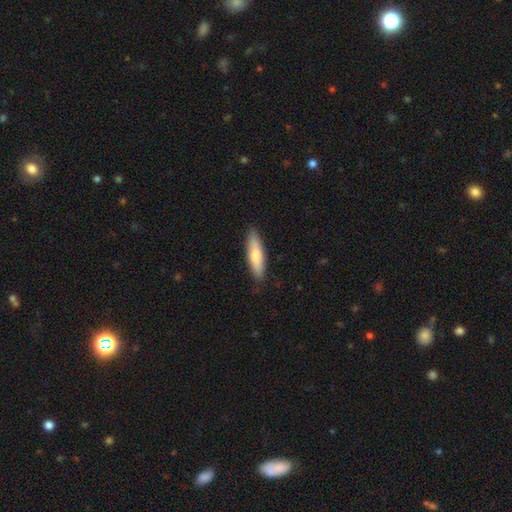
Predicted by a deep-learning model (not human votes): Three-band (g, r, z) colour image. It shows a smooth galaxy with no disk features (73%) that is cigar-shaped (66%). Merging: none (86%).